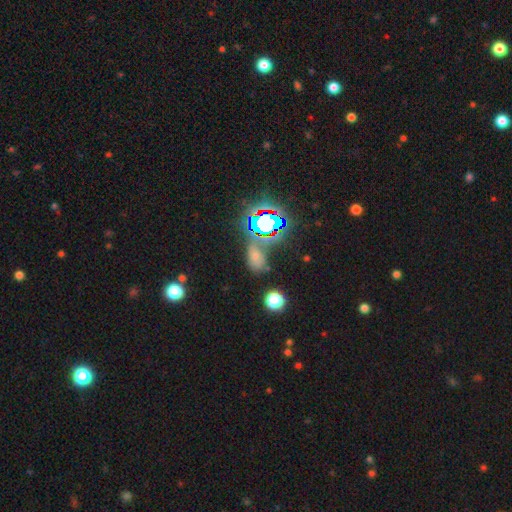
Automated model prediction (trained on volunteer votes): Smooth or featured: smooth — 42% (tied with star or artifact — 42%)
Merging: none — 54% (minor disturbance — 20%)